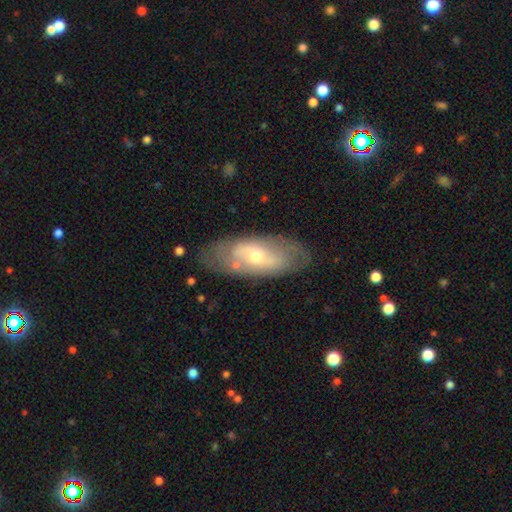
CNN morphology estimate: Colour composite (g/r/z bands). It shows a featured or disk galaxy (60%) with no bar (62%), spiral arms (55%) and a moderate central bulge (48%). Merging: none (74%).